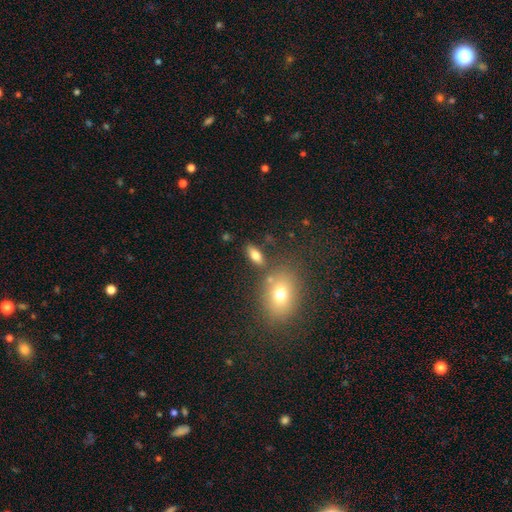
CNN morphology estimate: smooth-or-featured: smooth: 75% | featured or disk: 15% | star or artifact: 10%
  how-rounded: in between: 81% | cigar-shaped: 12% | round: 7%
  merging: none: 74% | minor disturbance: 12% | merger: 10% | major disturbance: 4%